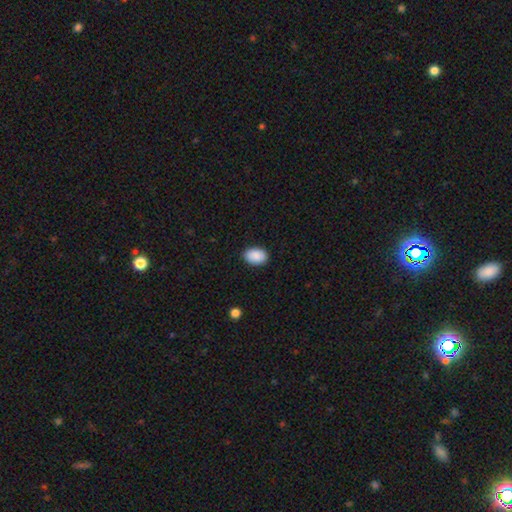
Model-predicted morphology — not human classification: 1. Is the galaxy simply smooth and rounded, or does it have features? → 90% smooth, 7% star or artifact, 3% featured or disk.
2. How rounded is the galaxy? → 84% in between, 15% round, 1% cigar-shaped.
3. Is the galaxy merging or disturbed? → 88% none, 9% minor disturbance, 2% major disturbance, 1% merger.